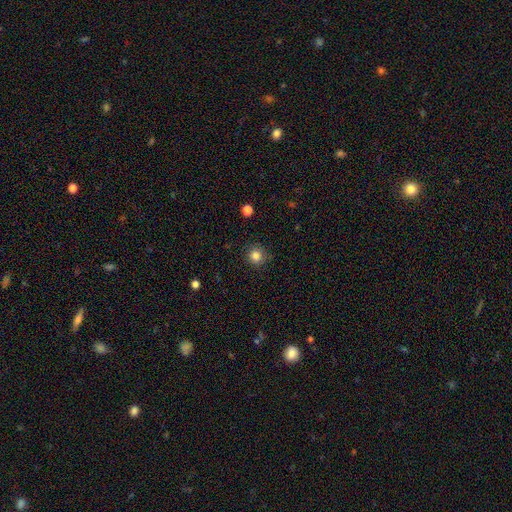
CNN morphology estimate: This appears to be a smooth galaxy with no disk features (83%) that is round (93%). Merging: none (88%).